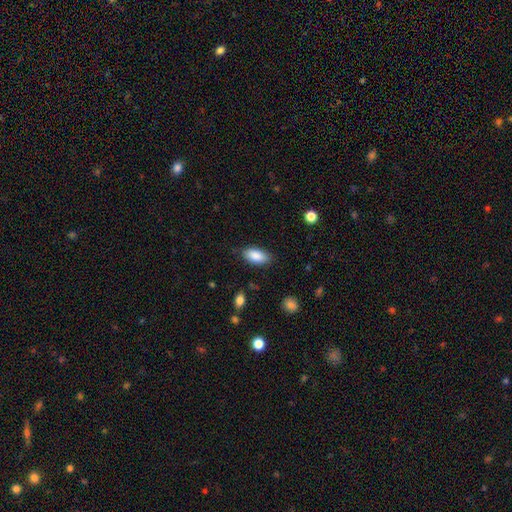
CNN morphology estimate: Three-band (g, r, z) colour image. It shows a smooth galaxy with no disk features (88%) that is in between round and cigar-shaped (91%). Merging: none (83%).